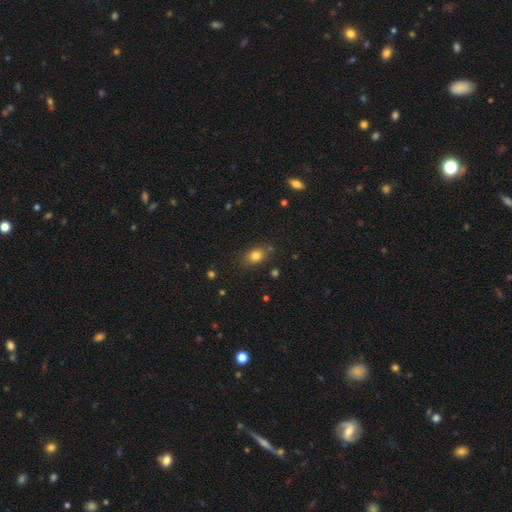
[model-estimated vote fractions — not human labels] Morphology: type=smooth (80%); roundness=in between (67%); merging=none (80%).